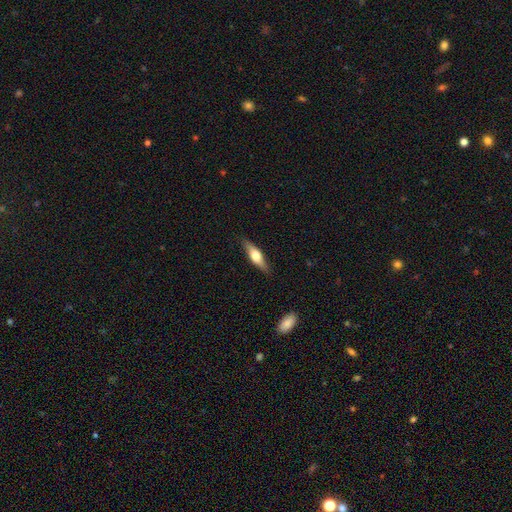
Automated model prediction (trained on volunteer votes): Smooth or featured? smooth (49%)
Merging? none (84%)